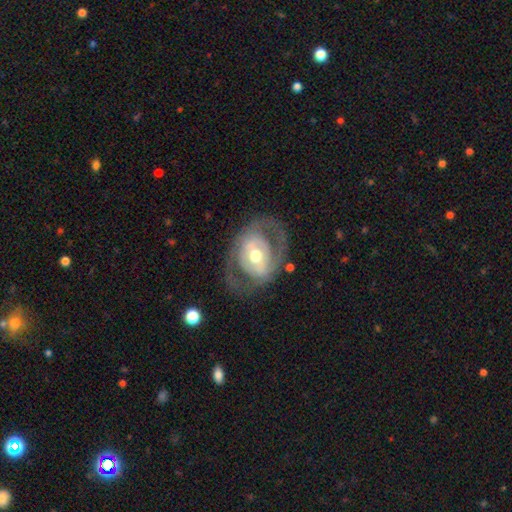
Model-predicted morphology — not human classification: This is likely a featured or disk galaxy (73%). It is clearly not viewed edge-on (95%). Bar: possibly no (47%). Spiral arm pattern: possibly yes (52%). Central bulge: likely moderate (73%). Merging: likely none (69%).